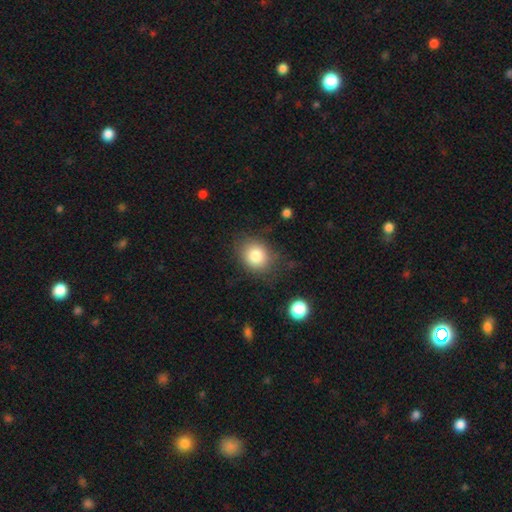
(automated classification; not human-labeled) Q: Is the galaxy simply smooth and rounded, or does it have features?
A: smooth — 82%.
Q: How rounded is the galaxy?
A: round — 60%.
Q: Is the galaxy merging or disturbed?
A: none — 76%.